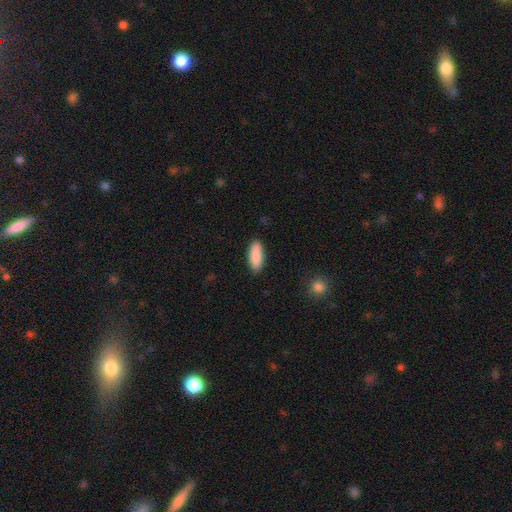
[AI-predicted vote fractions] Overall: smooth (89%). How rounded: in between (71%). Merging: none (87%).